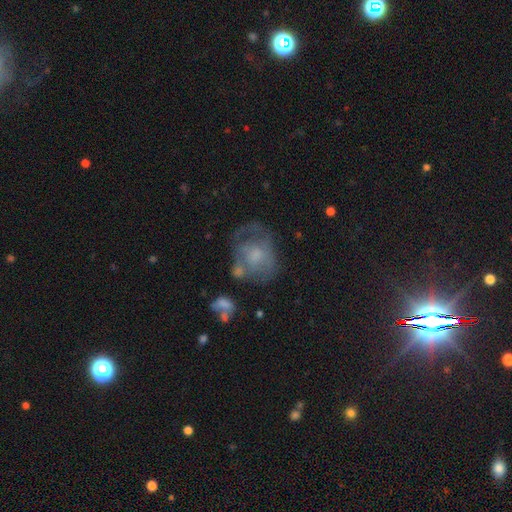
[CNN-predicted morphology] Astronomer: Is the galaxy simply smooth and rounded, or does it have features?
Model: featured or disk — 47% (runner-up: smooth, 43%).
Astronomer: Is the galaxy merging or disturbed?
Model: none — 39% (runner-up: major disturbance, 27%).